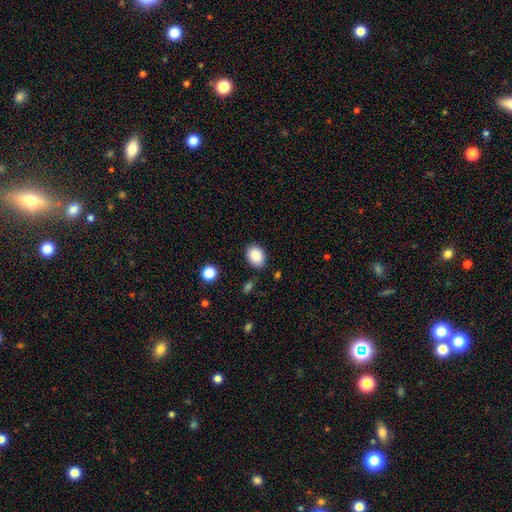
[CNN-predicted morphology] smooth-or-featured: smooth: 88% | star or artifact: 8% | featured or disk: 4%
  how-rounded: in between: 66% | round: 33% | cigar-shaped: 1%
  merging: none: 84% | minor disturbance: 11% | major disturbance: 3% | merger: 2%